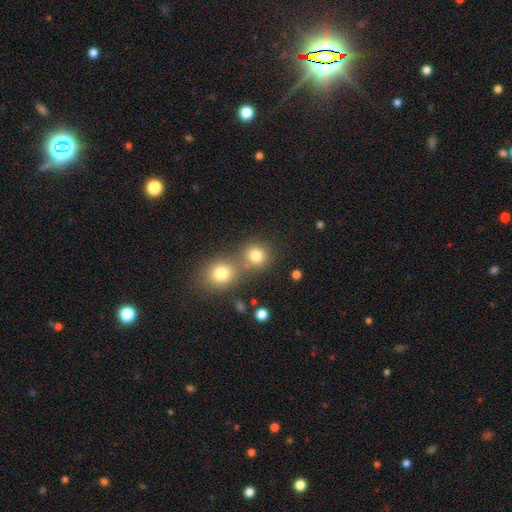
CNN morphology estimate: Q: Smooth or featured?
A: smooth (79%); runner-up: star or artifact (14%)
Q: How rounded?
A: round (87%); runner-up: in between (12%)
Q: Merging?
A: none (57%); runner-up: merger (33%)